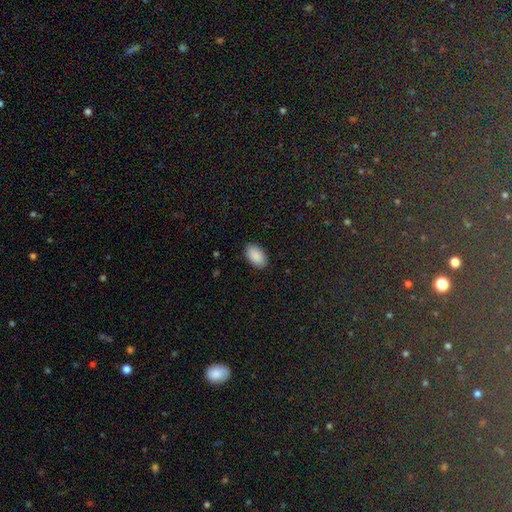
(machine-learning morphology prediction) This is clearly a smooth galaxy (91%). How rounded: clearly in between (95%). Merging: clearly none (89%).